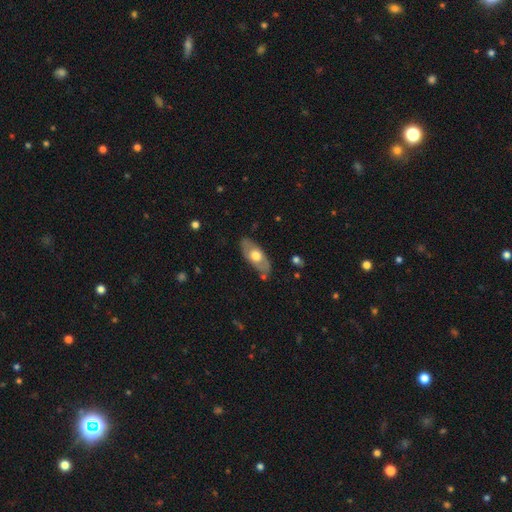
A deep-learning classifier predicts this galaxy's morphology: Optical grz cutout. It shows a smooth galaxy with no disk features (49%). Merging: none (80%).